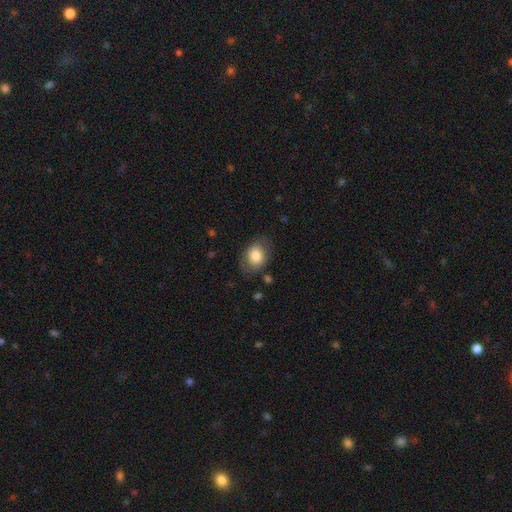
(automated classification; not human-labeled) smooth 78%, featured or disk 15%, star or artifact 7%. Down the decision tree: how rounded — in between (67%); merging — none (73%).